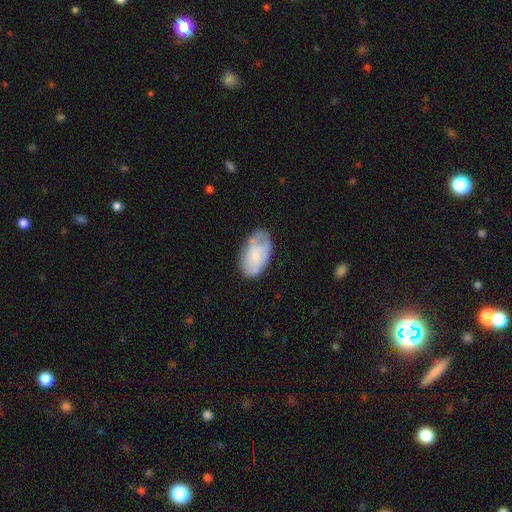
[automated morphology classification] A smooth galaxy with no disk features (64%) that is in between round and cigar-shaped (95%).

Vote fractions:
- Smooth or featured? smooth: 64% / featured or disk: 29% / star or artifact: 7%
- How rounded? in between: 95% / round: 4% / cigar-shaped: 2%
- Merging? none: 61% / minor disturbance: 28% / major disturbance: 8% / merger: 3%